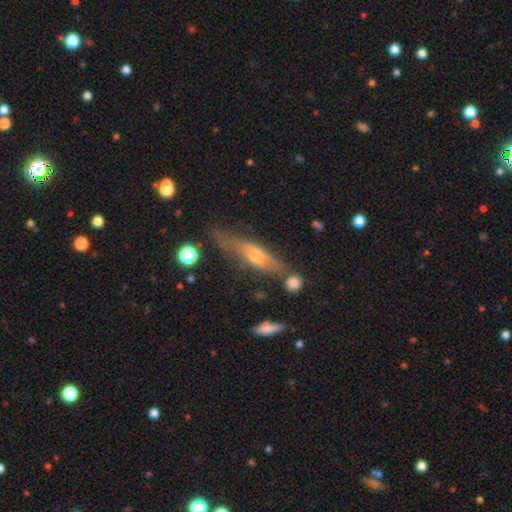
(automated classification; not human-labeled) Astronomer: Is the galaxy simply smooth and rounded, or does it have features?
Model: featured or disk — 51% (runner-up: smooth, 41%).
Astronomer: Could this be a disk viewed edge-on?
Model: yes — 73%.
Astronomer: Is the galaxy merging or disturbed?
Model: none — 49% (runner-up: minor disturbance, 28%).